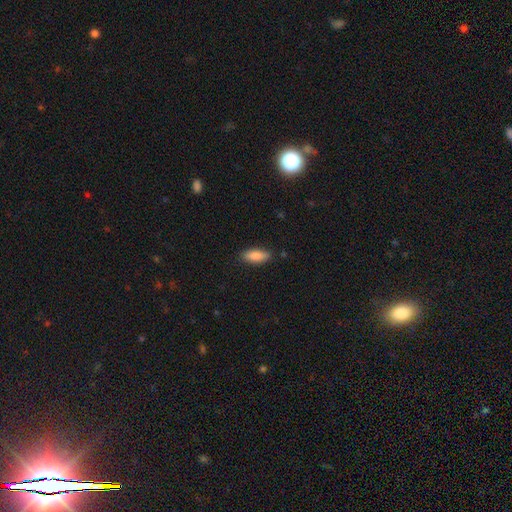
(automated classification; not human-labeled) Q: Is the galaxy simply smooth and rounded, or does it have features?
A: smooth — 85%.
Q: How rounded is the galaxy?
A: in between — 73%.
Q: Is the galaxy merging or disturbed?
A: none — 85%.